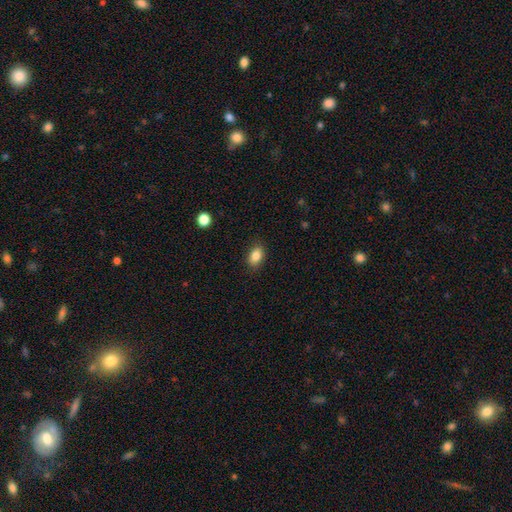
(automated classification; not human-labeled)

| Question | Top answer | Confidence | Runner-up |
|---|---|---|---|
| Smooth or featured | smooth | 85% | star or artifact (9%) |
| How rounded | in between | 85% | round (13%) |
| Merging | none | 86% | minor disturbance (10%) |